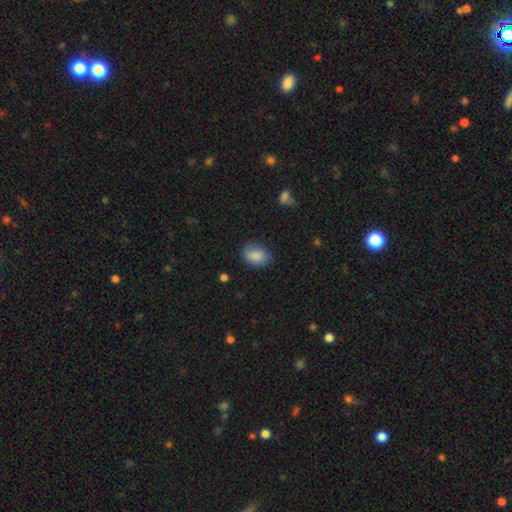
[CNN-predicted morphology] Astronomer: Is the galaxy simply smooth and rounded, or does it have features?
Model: smooth — 84%.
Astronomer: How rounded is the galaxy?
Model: in between — 68%.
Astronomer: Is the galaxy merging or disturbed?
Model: none — 71%.